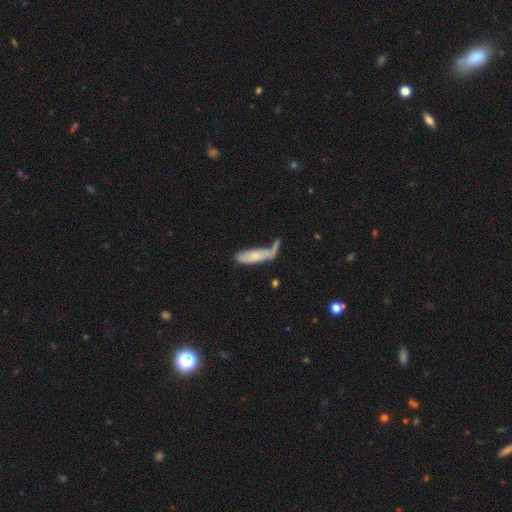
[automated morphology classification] The model was most divided on "how rounded": cigar-shaped: 51%, in between: 47%, round: 2%. Remaining: smooth or featured — smooth (64%); merging — none (32%).